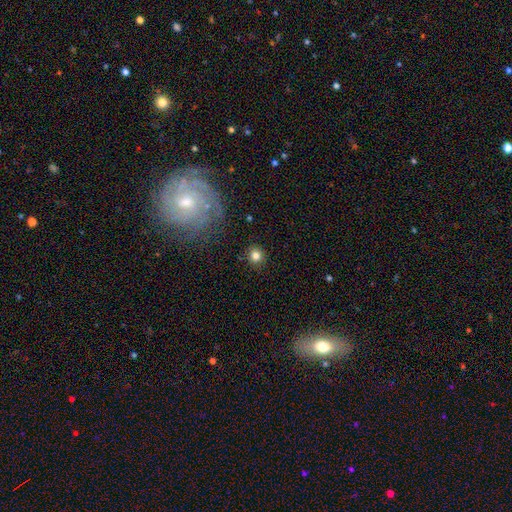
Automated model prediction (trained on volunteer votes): Smooth or featured: smooth — 82% (star or artifact — 12%)
How rounded: round — 90% (in between — 9%)
Merging: none — 89% (minor disturbance — 7%)